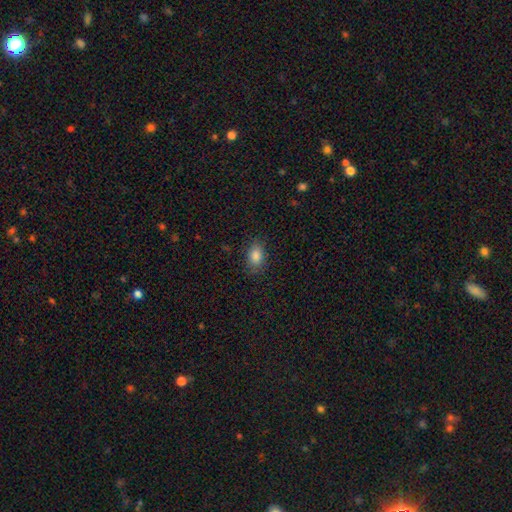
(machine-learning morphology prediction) smooth-or-featured: smooth: 85% | star or artifact: 9% | featured or disk: 6%
  how-rounded: in between: 85% | round: 13% | cigar-shaped: 2%
  merging: none: 84% | minor disturbance: 11% | major disturbance: 3% | merger: 1%